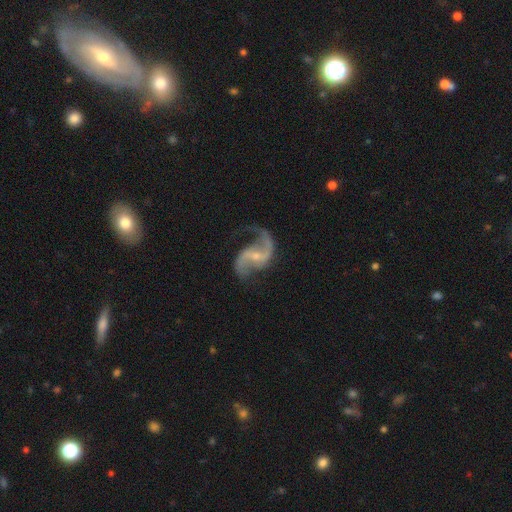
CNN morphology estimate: Q: Smooth or featured?
A: featured or disk (92%); runner-up: star or artifact (4%)
Q: Edge-on disk?
A: no (98%); runner-up: yes (2%)
Q: Bar?
A: weak (46%); runner-up: no (28%)
Q: Spiral arms?
A: yes (97%); runner-up: no (3%)
Q: Spiral winding?
A: loose (69%); runner-up: medium (26%)
Q: Spiral arm count?
A: 2 (91%); runner-up: 1 (4%)
Q: Bulge size?
A: small (67%); runner-up: moderate (26%)
Q: Merging?
A: none (68%); runner-up: minor disturbance (17%)